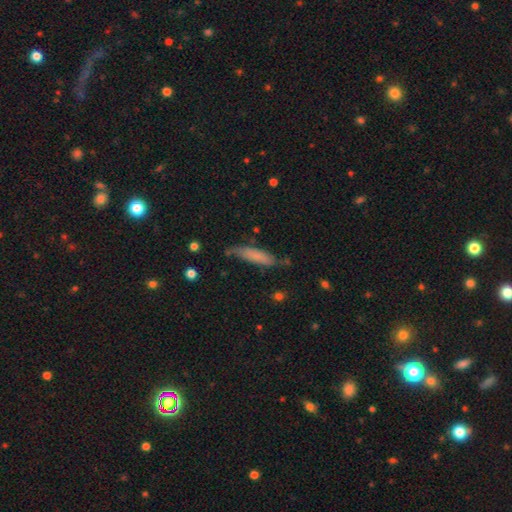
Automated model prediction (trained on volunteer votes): This is likely a smooth galaxy (75%). How rounded: likely cigar-shaped (79%). Merging: likely none (70%).